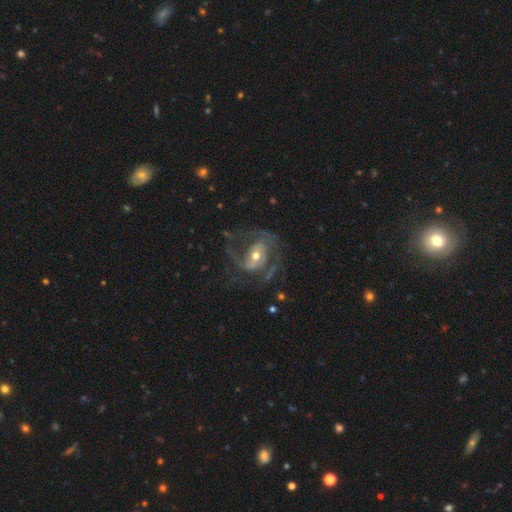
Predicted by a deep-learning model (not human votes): smooth-or-featured: featured or disk: 86% | smooth: 8% | star or artifact: 6%
  disk-edge-on: no: 97% | yes: 3%
    bar: no: 41% | weak: 38% | strong: 21%
    has-spiral-arms: yes: 92% | no: 8%
      spiral-winding: medium: 52% | tight: 25% | loose: 24%
      spiral-arm-count: 2: 56% | 3: 16% | can't tell: 13% | 1: 7% | 4: 4% | more than 4: 3%
    bulge-size: moderate: 68% | small: 25% | large: 5% | none: 1% | dominant: 1%
  merging: none: 53% | major disturbance: 26% | minor disturbance: 19% | merger: 2%